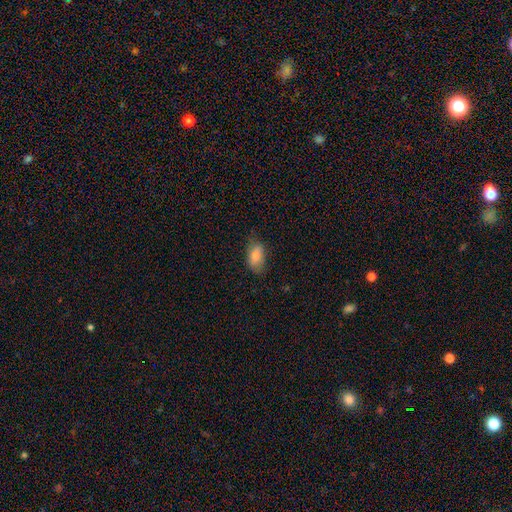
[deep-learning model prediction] This is clearly a smooth galaxy (82%). How rounded: clearly in between (91%). Merging: likely none (69%).